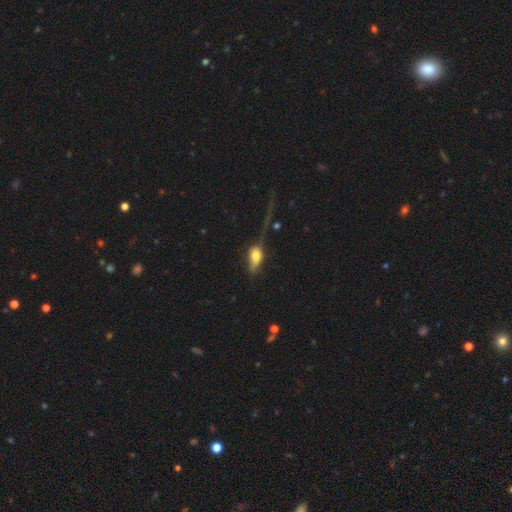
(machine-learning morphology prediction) A smooth galaxy with no disk features (67%) that is in between round and cigar-shaped (80%). Merging: major disturbance (41%).